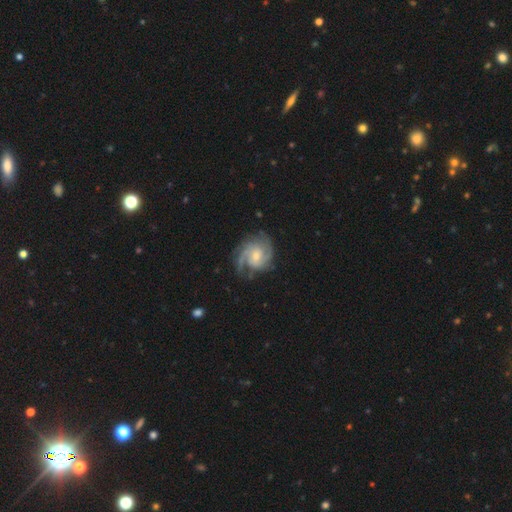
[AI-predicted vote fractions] A featured or disk galaxy (85%) with no bar (55%), 2 (42%) medium (44%) spiral arms (96%) and a moderate central bulge (47%). Merging: none (68%).